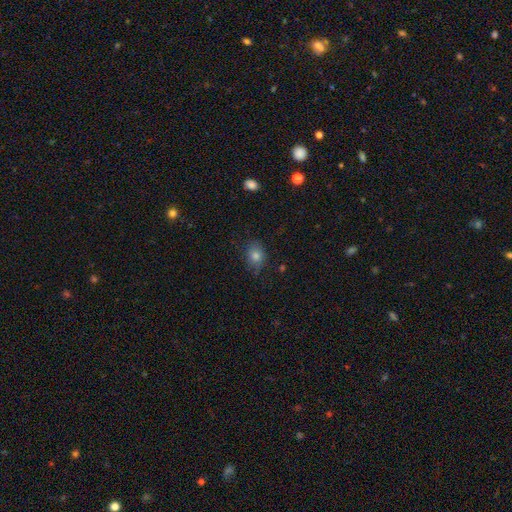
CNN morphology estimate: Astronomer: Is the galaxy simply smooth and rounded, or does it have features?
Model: smooth — 79%.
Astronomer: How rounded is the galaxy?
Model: in between — 51% (runner-up: round, 48%).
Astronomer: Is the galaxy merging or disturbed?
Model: none — 78%.